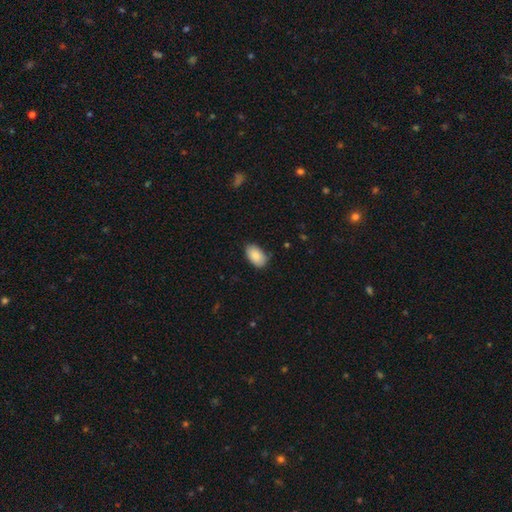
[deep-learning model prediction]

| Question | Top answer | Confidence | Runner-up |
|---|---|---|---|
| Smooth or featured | smooth | 86% | featured or disk (7%) |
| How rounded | in between | 93% | round (5%) |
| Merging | none | 77% | minor disturbance (19%) |